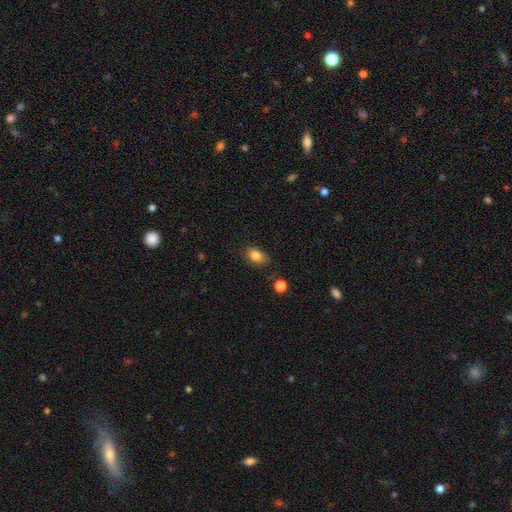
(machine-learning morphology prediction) This is clearly a smooth galaxy (83%). How rounded: likely in between (79%). Merging: clearly none (82%).